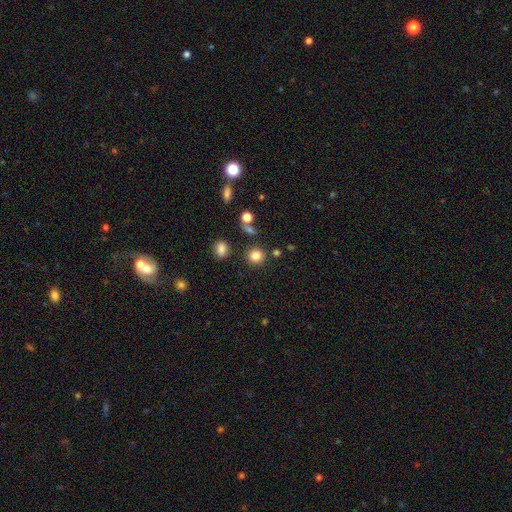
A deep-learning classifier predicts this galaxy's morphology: Smooth or featured?
  - smooth: 82% *
  - star or artifact: 12%
  - featured or disk: 5%
How rounded?
  - round: 89% *
  - in between: 10%
  - cigar-shaped: 1%
Merging?
  - none: 83% *
  - minor disturbance: 7%
  - merger: 6%
  - major disturbance: 3%